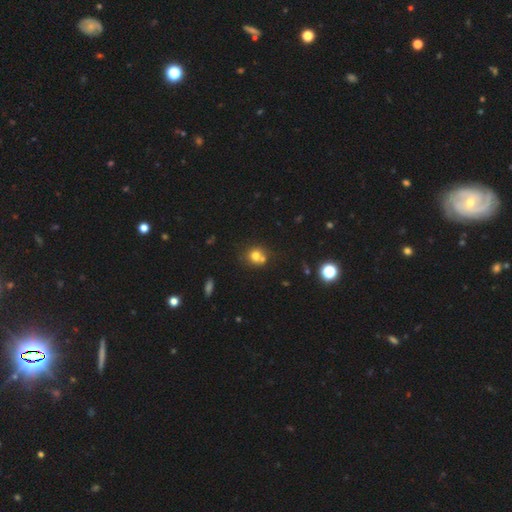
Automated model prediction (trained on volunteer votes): This is likely a smooth galaxy (72%). How rounded: clearly round (81%). Merging: possibly none (47%).